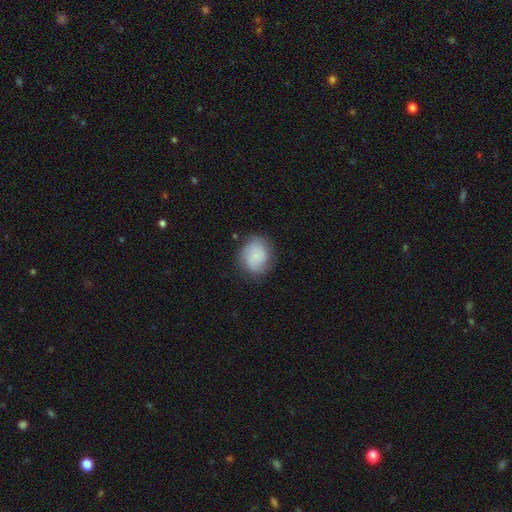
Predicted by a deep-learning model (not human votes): A smooth galaxy with no disk features (64%) that is round (74%).

Vote fractions:
- Smooth or featured? smooth: 64% / featured or disk: 28% / star or artifact: 8%
- How rounded? round: 74% / in between: 25% / cigar-shaped: 1%
- Merging? none: 74% / minor disturbance: 18% / major disturbance: 6% / merger: 1%